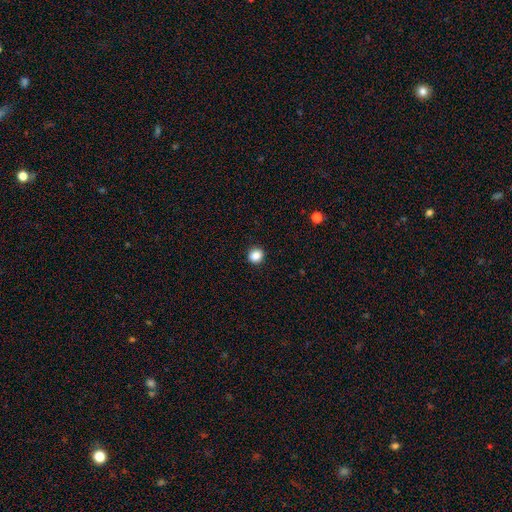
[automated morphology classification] Overall: smooth (87%). How rounded: round (86%). Merging: none (92%).